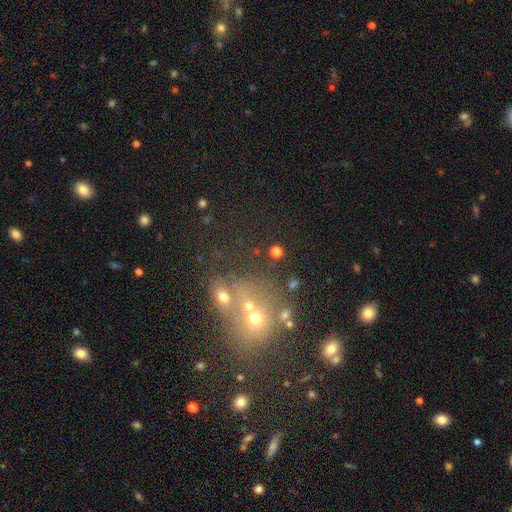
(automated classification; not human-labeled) The model was most divided on "smooth or featured": star or artifact: 44%, smooth: 35%, featured or disk: 21%.